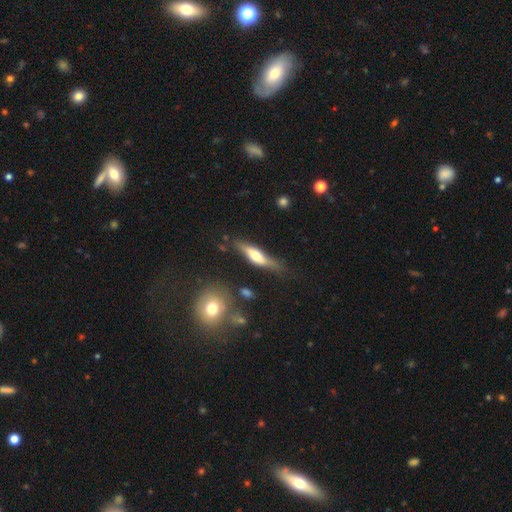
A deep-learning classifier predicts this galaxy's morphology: This is possibly a featured or disk galaxy (49%). Merging: likely none (66%).